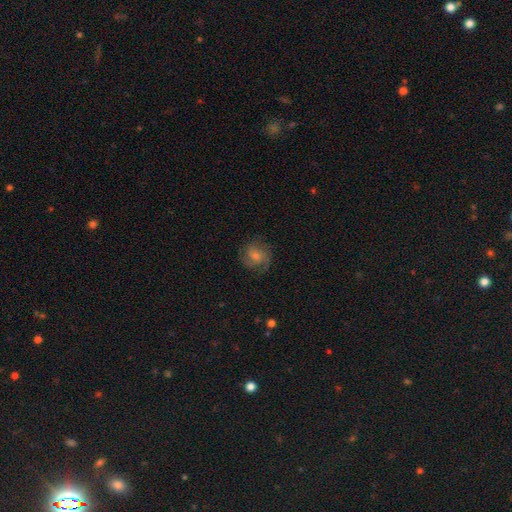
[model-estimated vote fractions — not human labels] Smooth or featured?
  - featured or disk: 57% *
  - smooth: 31%
  - star or artifact: 12%
Edge-on disk?
  - no: 97% *
  - yes: 3%
Bar?
  - no: 57% *
  - weak: 36%
  - strong: 7%
Spiral arms?
  - yes: 90% *
  - no: 10%
Bulge size?
  - small: 44% *
  - moderate: 41%
  - none: 8%
  - large: 5%
  - dominant: 1%
Merging?
  - none: 76% *
  - minor disturbance: 15%
  - major disturbance: 7%
  - merger: 1%